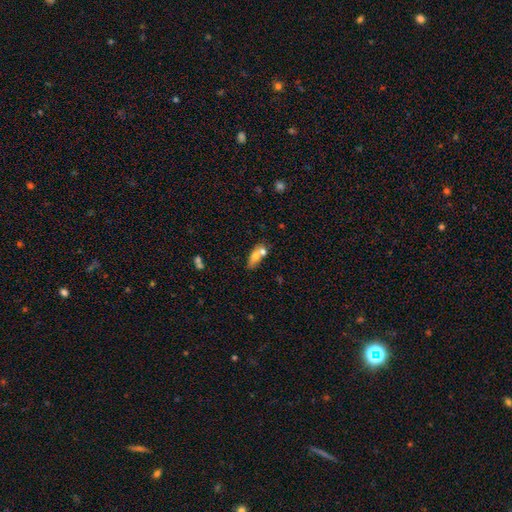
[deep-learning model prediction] smooth 67%, featured or disk 25%, star or artifact 9%. Down the decision tree: how rounded — in between (69%); merging — merger (46%).